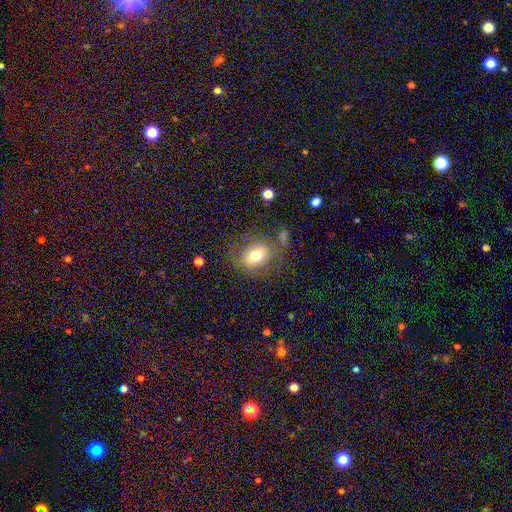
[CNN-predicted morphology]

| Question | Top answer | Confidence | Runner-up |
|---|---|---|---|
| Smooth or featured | smooth | 70% | featured or disk (19%) |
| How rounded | in between | 61% | round (38%) |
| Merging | none | 69% | minor disturbance (17%) |